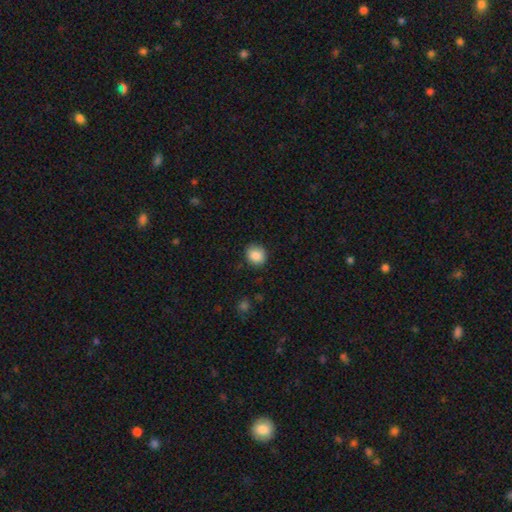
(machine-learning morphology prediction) Overall: smooth (87%). How rounded: round (74%). Merging: none (88%).